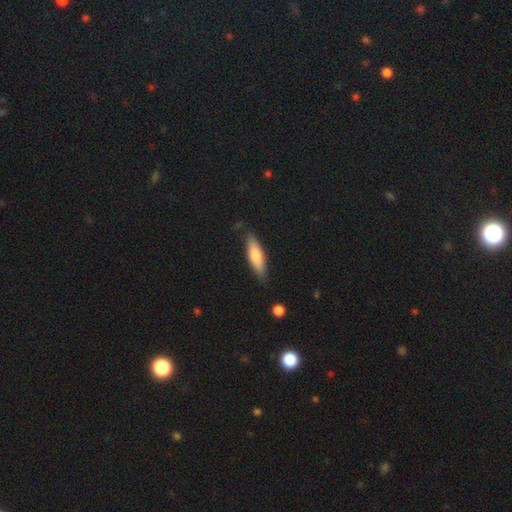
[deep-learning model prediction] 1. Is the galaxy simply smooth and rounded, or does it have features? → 74% smooth, 20% featured or disk, 5% star or artifact.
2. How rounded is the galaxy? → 61% cigar-shaped, 37% in between, 2% round.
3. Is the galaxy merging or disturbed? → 81% none, 15% minor disturbance, 3% major disturbance, 2% merger.